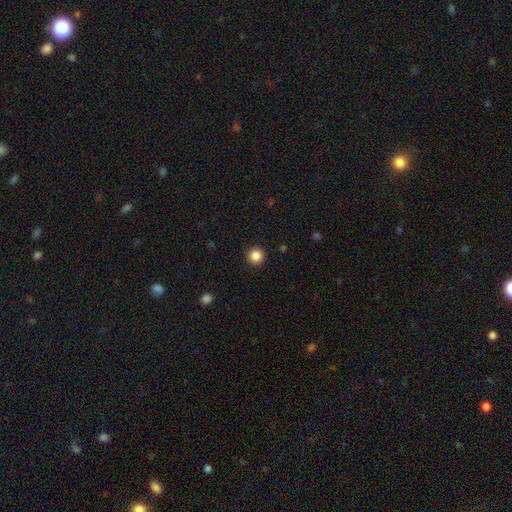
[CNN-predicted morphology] Smooth or featured? Predicted: smooth (p=0.86). How rounded? Predicted: round (p=0.95). Merging? Predicted: none (p=0.93).